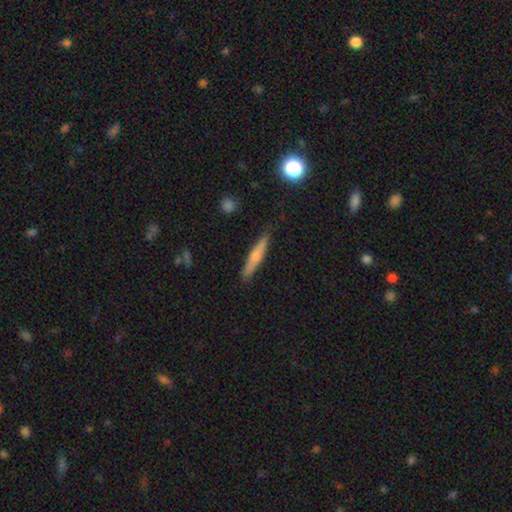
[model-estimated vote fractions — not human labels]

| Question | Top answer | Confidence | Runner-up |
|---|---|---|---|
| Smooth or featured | smooth | 48% | featured or disk (44%) |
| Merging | none | 87% | minor disturbance (10%) |